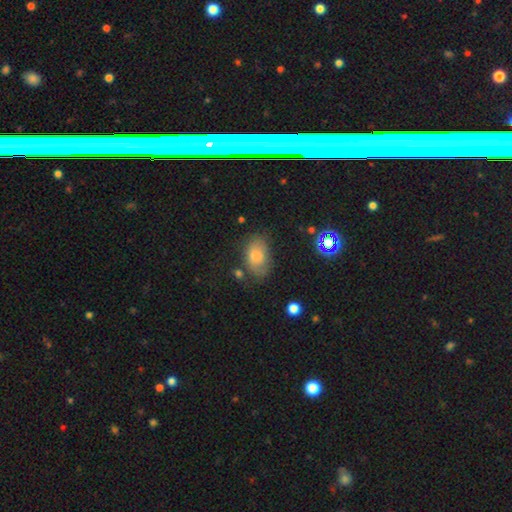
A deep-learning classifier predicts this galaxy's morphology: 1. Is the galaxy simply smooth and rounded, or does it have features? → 69% smooth, 16% star or artifact, 15% featured or disk.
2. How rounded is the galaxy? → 88% in between, 10% round, 2% cigar-shaped.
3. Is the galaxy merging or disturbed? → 64% none, 24% minor disturbance, 8% major disturbance, 4% merger.